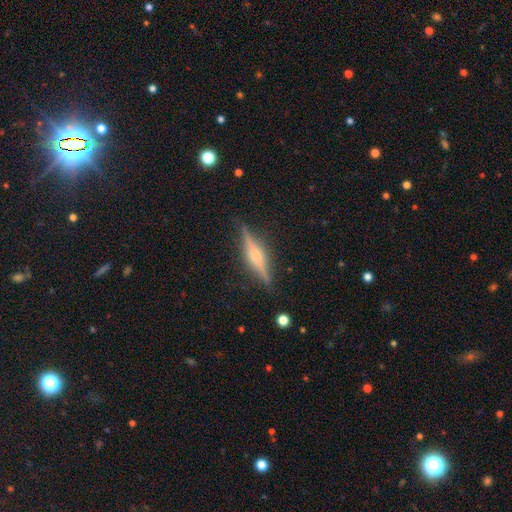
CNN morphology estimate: Smooth or featured? Predicted: featured or disk (p=0.73). Edge-on disk? Predicted: yes (p=0.97). Edge-on bulge? Predicted: rounded (p=0.77). Merging? Predicted: none (p=0.87).